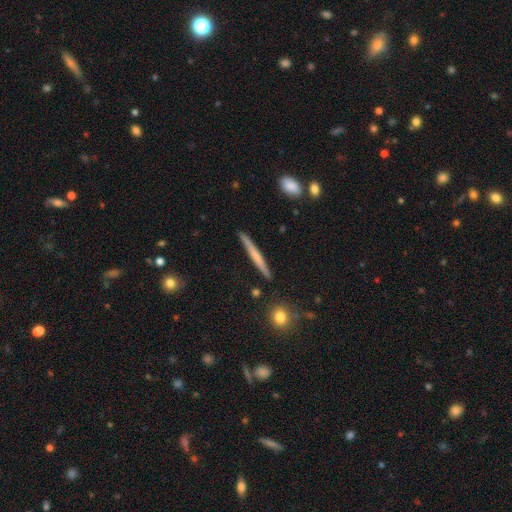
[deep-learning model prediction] Q: Smooth or featured?
A: smooth (49%); runner-up: featured or disk (46%)
Q: Merging?
A: none (89%); runner-up: minor disturbance (8%)